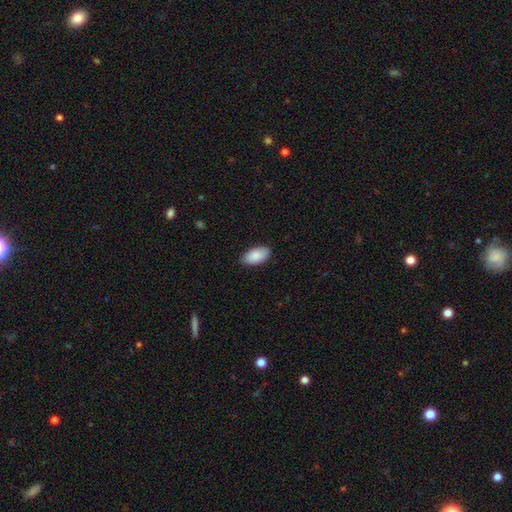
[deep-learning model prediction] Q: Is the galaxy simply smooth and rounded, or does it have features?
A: smooth — 88%.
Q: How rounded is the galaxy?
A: in between — 95%.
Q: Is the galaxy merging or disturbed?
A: none — 86%.